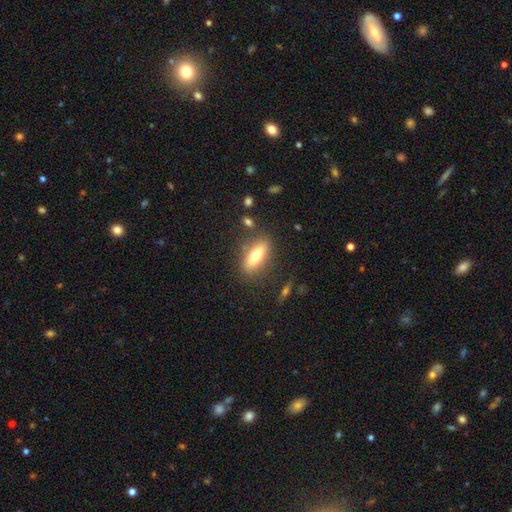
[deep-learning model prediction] This is likely a smooth galaxy (64%). How rounded: likely in between (69%). Merging: clearly none (81%).